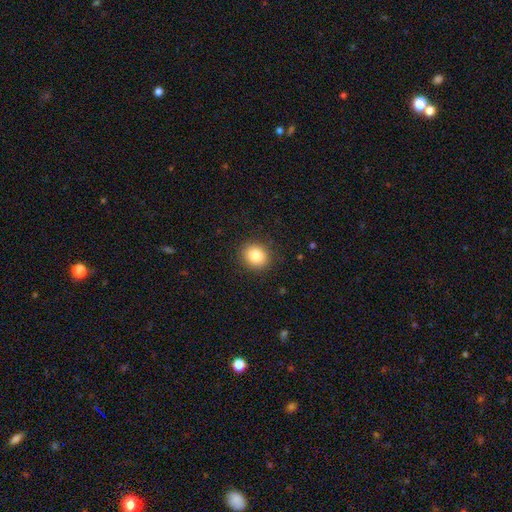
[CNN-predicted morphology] type=smooth (84%); roundness=round (73%); merging=none (90%).